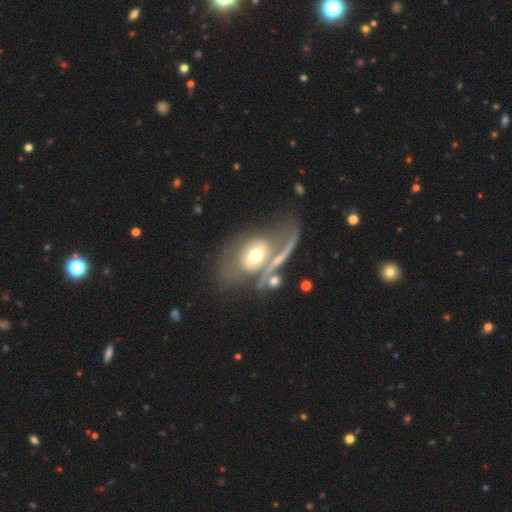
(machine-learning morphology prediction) smooth-or-featured: featured or disk: 51% | smooth: 40% | star or artifact: 9%
  disk-edge-on: no: 87% | yes: 13%
  merging: major disturbance: 31% | merger: 29% | none: 25% | minor disturbance: 15%